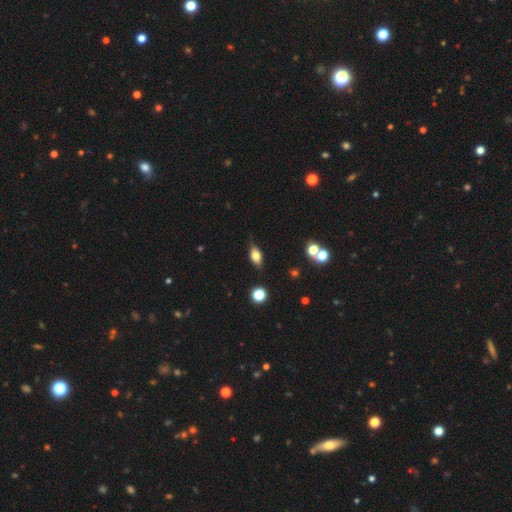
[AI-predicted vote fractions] smooth_or_featured: smooth (p=0.70) [alt: featured or disk p=0.21]
how_rounded: in between (p=0.83) [alt: cigar-shaped p=0.09]
merging: none (p=0.81) [alt: minor disturbance p=0.13]